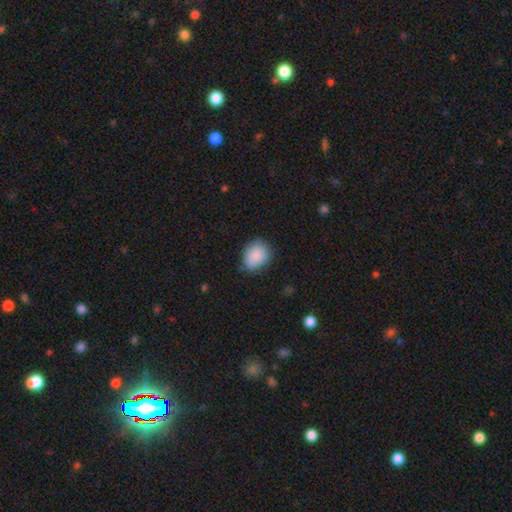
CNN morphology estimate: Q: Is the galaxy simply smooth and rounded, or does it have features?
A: smooth — 87%.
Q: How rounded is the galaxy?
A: round — 51%.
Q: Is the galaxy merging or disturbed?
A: none — 70%.